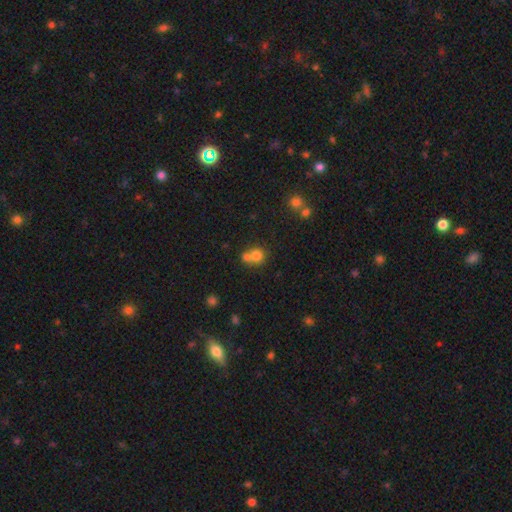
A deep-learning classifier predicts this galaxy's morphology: smooth 74%, star or artifact 13%, featured or disk 13%. Down the decision tree: how rounded — round (85%); merging — merger (50%).